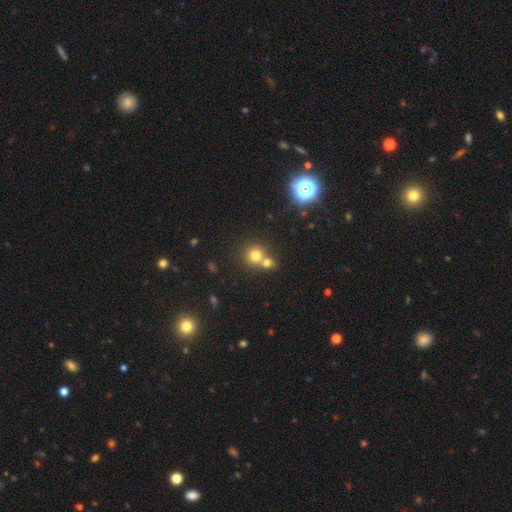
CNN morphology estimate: Smooth or featured: smooth — 73% (star or artifact — 16%)
How rounded: round — 87% (in between — 12%)
Merging: none — 47% (merger — 44%)